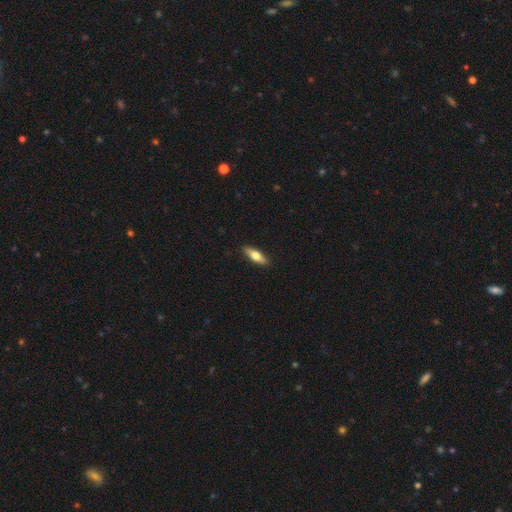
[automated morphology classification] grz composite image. It shows a smooth galaxy with no disk features (61%) that is in between round and cigar-shaped (52%). Merging: none (89%).